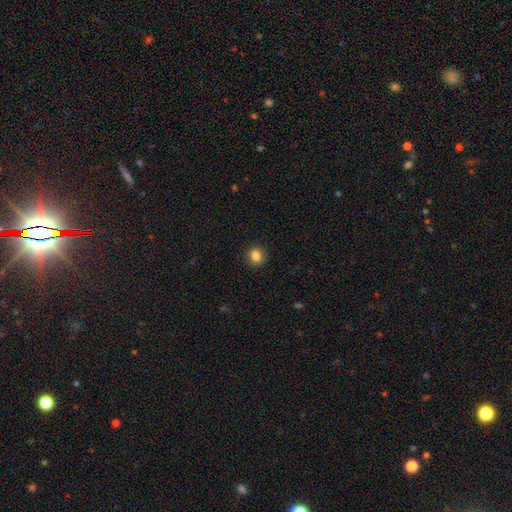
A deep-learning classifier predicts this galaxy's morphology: Smooth or featured? smooth (86%)
How rounded? round (73%)
Merging? none (90%)